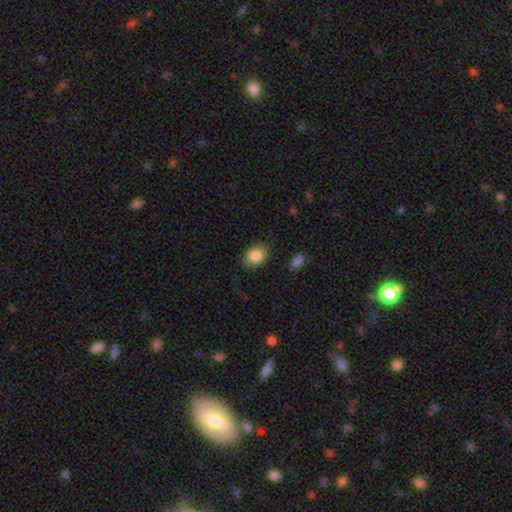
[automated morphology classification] This is clearly a smooth galaxy (83%). How rounded: likely in between (69%). Merging: clearly none (84%).